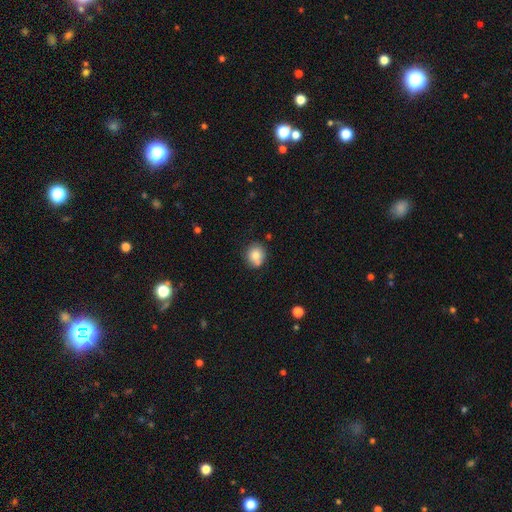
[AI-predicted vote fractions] This appears to be a smooth galaxy with no disk features (79%) that is round (78%). Merging: none (63%).